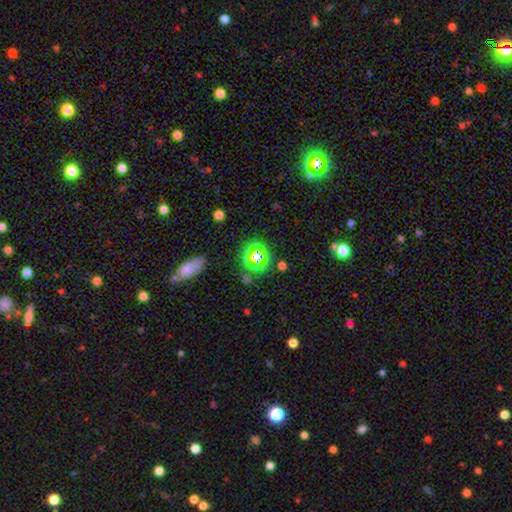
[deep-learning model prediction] The model was most divided on "smooth or featured": star or artifact: 47%, smooth: 41%, featured or disk: 12%.